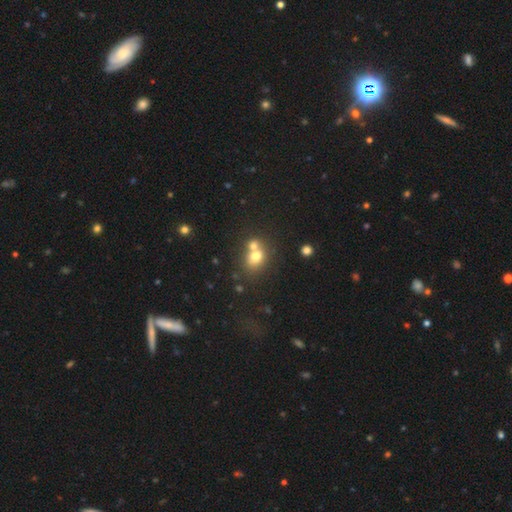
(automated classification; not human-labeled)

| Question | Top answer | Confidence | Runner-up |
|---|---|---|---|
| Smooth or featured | smooth | 71% | featured or disk (16%) |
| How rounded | round | 61% | in between (38%) |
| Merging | merger | 52% | none (36%) |